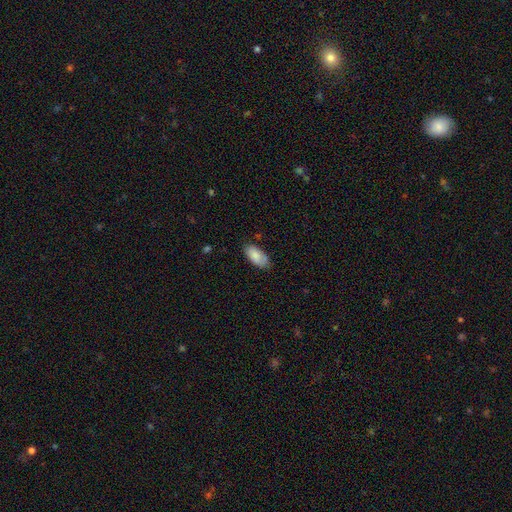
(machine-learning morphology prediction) smooth-or-featured: smooth: 84% | featured or disk: 10% | star or artifact: 6%
  how-rounded: in between: 92% | cigar-shaped: 6% | round: 2%
  merging: none: 75% | minor disturbance: 20% | major disturbance: 4% | merger: 2%